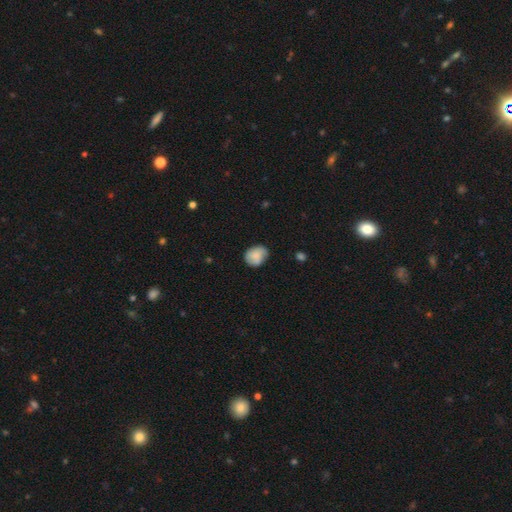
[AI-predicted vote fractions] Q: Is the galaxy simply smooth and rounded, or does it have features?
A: smooth — 76%.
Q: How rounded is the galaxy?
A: in between — 50%.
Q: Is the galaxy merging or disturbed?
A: none — 68%.